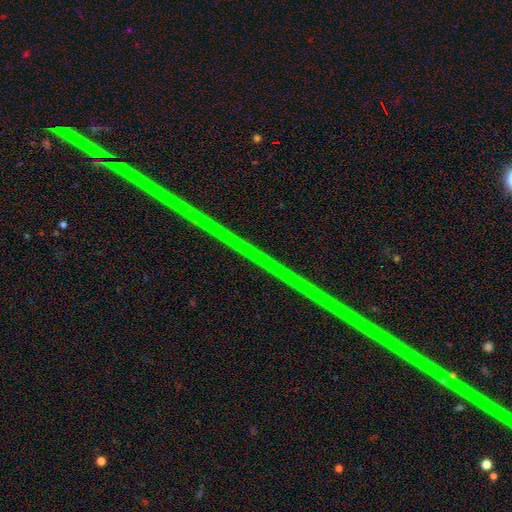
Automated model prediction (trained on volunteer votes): This is clearly a star or artifact rather than a galaxy (87%).